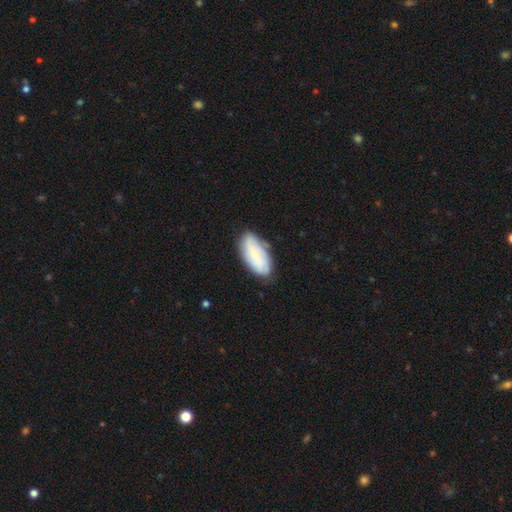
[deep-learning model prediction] This is likely a smooth galaxy (61%). How rounded: clearly in between (91%). Merging: likely none (75%).